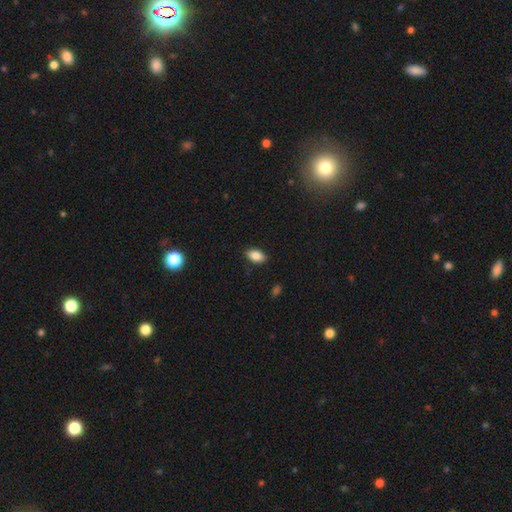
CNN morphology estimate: A smooth galaxy with no disk features (86%) that is in between round and cigar-shaped (92%).

Vote fractions:
- Smooth or featured? smooth: 86% / star or artifact: 8% / featured or disk: 6%
- How rounded? in between: 92% / round: 6% / cigar-shaped: 2%
- Merging? none: 88% / minor disturbance: 9% / major disturbance: 2% / merger: 1%